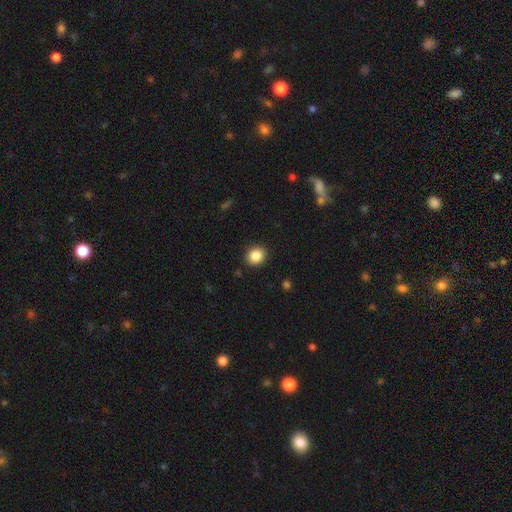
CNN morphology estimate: Smooth or featured? smooth (86%)
How rounded? round (73%)
Merging? none (90%)